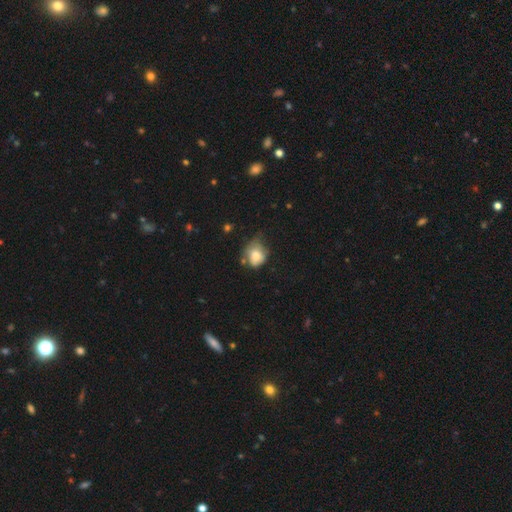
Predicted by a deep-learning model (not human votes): Q: Smooth or featured?
A: smooth (74%); runner-up: featured or disk (16%)
Q: How rounded?
A: round (64%); runner-up: in between (35%)
Q: Merging?
A: minor disturbance (39%); runner-up: none (36%)